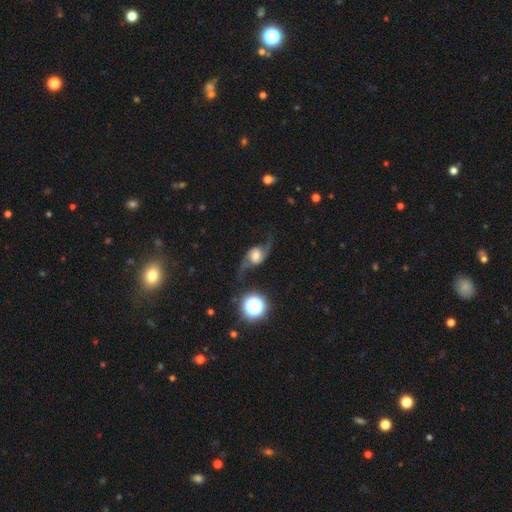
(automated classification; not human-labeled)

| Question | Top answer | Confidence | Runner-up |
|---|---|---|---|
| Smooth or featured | featured or disk | 79% | smooth (13%) |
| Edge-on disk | no | 94% | yes (6%) |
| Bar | no | 56% | weak (33%) |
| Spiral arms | yes | 95% | no (5%) |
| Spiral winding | loose | 85% | medium (12%) |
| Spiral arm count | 2 | 93% | 1 (2%) |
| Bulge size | moderate | 36% | large (31%) |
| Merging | none | 66% | minor disturbance (17%) |